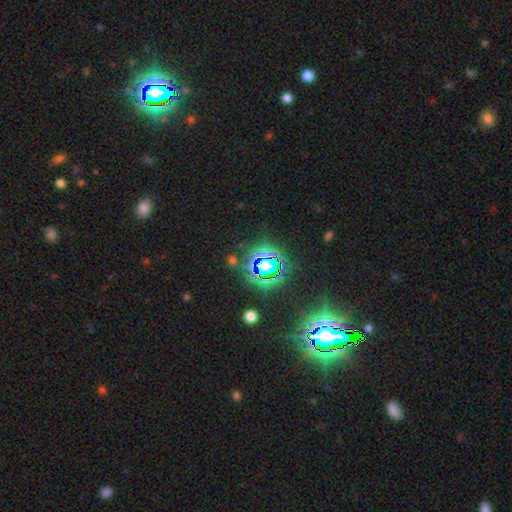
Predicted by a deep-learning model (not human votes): smooth-or-featured: star or artifact: 81% | smooth: 12% | featured or disk: 7%